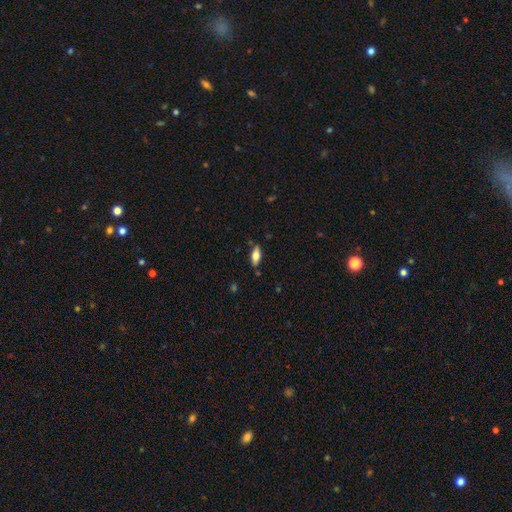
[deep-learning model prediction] smooth 61%, featured or disk 32%, star or artifact 7%. Down the decision tree: how rounded — in between (73%); merging — none (82%).